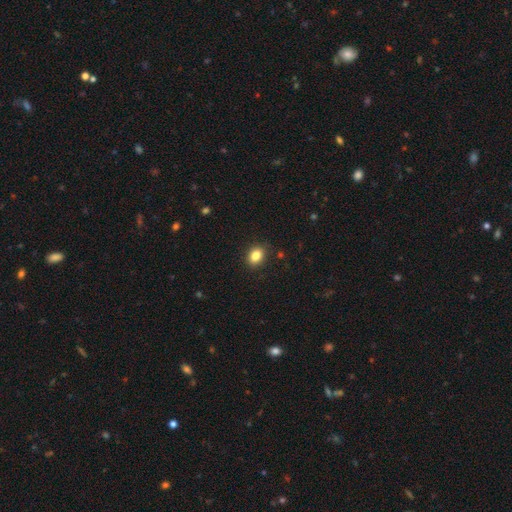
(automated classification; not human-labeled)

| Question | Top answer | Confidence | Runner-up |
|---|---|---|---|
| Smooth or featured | smooth | 84% | star or artifact (10%) |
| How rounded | in between | 60% | round (39%) |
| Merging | none | 88% | minor disturbance (9%) |